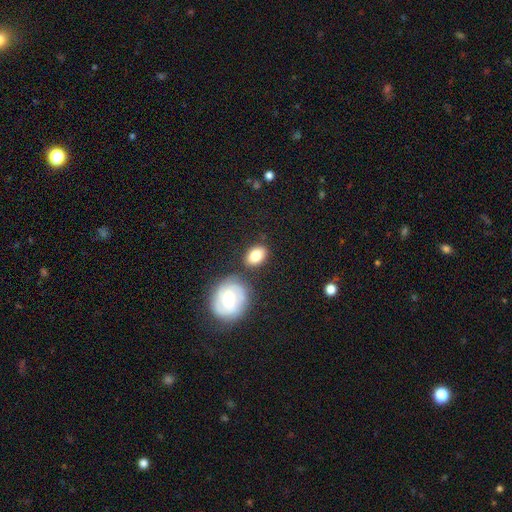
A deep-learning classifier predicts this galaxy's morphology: Smooth or featured? Predicted: smooth (p=0.79). How rounded? Predicted: in between (p=0.79). Merging? Predicted: none (p=0.71).